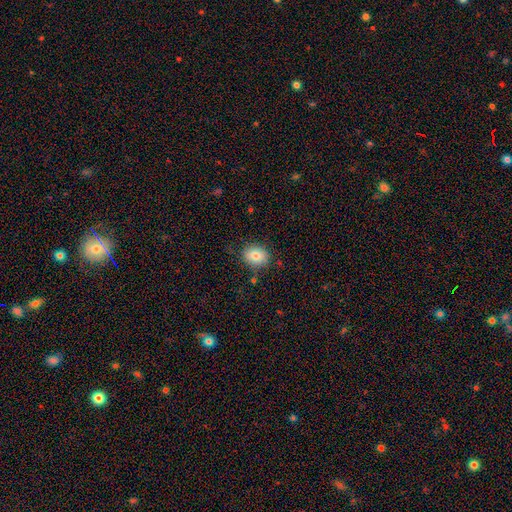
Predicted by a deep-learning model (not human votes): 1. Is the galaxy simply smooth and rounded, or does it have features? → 82% smooth, 9% featured or disk, 9% star or artifact.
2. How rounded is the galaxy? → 51% round, 48% in between, 1% cigar-shaped.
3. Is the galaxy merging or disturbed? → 82% none, 13% minor disturbance, 3% major disturbance, 2% merger.